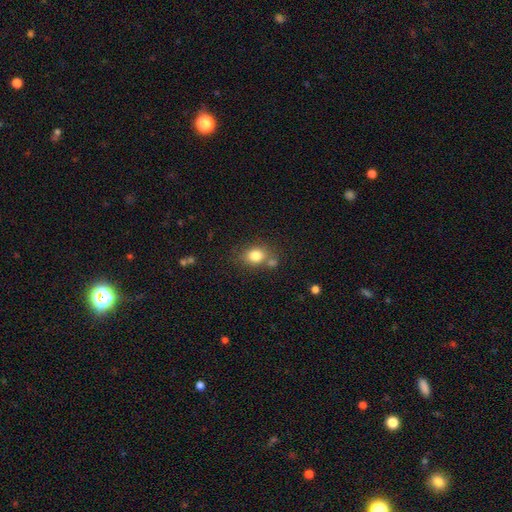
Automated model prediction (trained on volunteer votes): smooth-or-featured: smooth: 81% | star or artifact: 10% | featured or disk: 9%
  how-rounded: round: 49% (tied) | in between: 49% (tied) | cigar-shaped: 1%
  merging: none: 62% | merger: 18% | minor disturbance: 15% | major disturbance: 5%